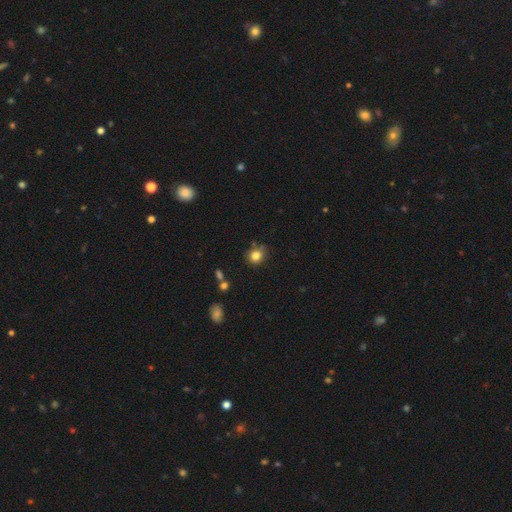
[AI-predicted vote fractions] Smooth or featured?
  - smooth: 81% *
  - star or artifact: 12%
  - featured or disk: 7%
How rounded?
  - round: 83% *
  - in between: 16%
  - cigar-shaped: 1%
Merging?
  - none: 75% *
  - minor disturbance: 16%
  - merger: 5%
  - major disturbance: 4%